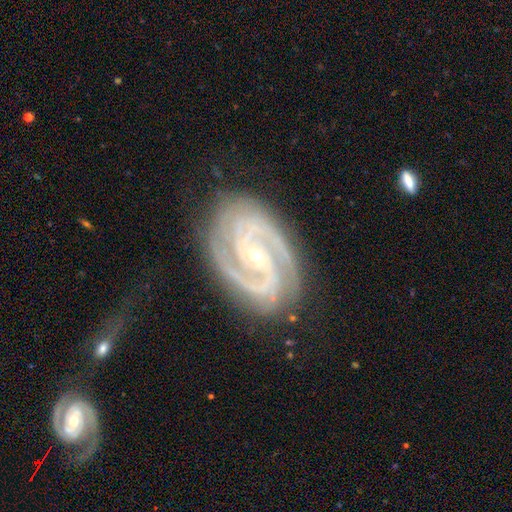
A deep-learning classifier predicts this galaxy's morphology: Q: Smooth or featured?
A: featured or disk (93%); runner-up: star or artifact (5%)
Q: Edge-on disk?
A: no (97%); runner-up: yes (3%)
Q: Bar?
A: no (48%); runner-up: weak (29%)
Q: Spiral arms?
A: yes (99%); runner-up: no (1%)
Q: Spiral winding?
A: tight (60%); runner-up: medium (35%)
Q: Spiral arm count?
A: 2 (72%); runner-up: 3 (15%)
Q: Bulge size?
A: small (80%); runner-up: moderate (17%)
Q: Merging?
A: none (78%); runner-up: minor disturbance (15%)